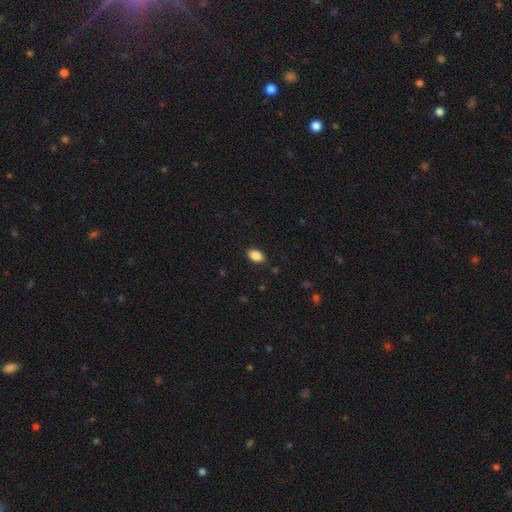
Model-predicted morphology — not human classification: smooth-or-featured: smooth: 88% | star or artifact: 8% | featured or disk: 4%
  how-rounded: in between: 89% | round: 10% | cigar-shaped: 1%
  merging: none: 86% | minor disturbance: 10% | major disturbance: 2% | merger: 1%